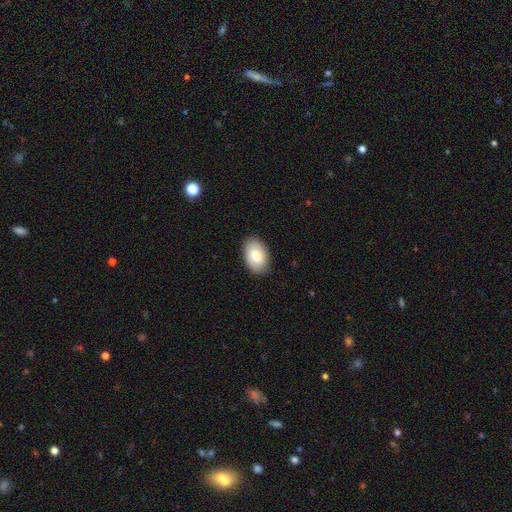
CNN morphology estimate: A smooth galaxy with no disk features (79%) that is in between round and cigar-shaped (92%). Merging: none (85%).